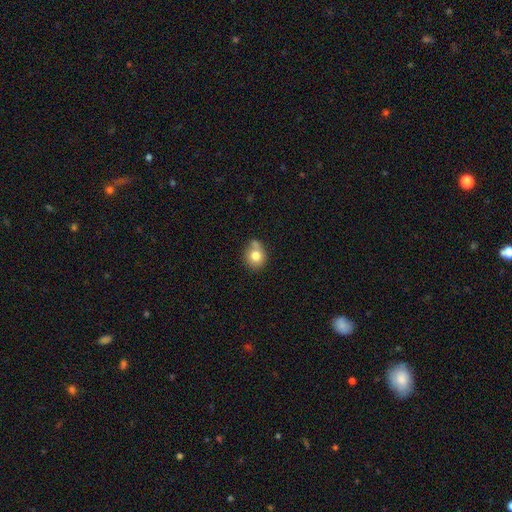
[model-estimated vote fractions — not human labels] A smooth galaxy with no disk features (78%) that is round (77%).

Vote fractions:
- Smooth or featured? smooth: 78% / featured or disk: 12% / star or artifact: 10%
- How rounded? round: 77% / in between: 22% / cigar-shaped: 1%
- Merging? none: 54% / merger: 21% / minor disturbance: 20% / major disturbance: 5%